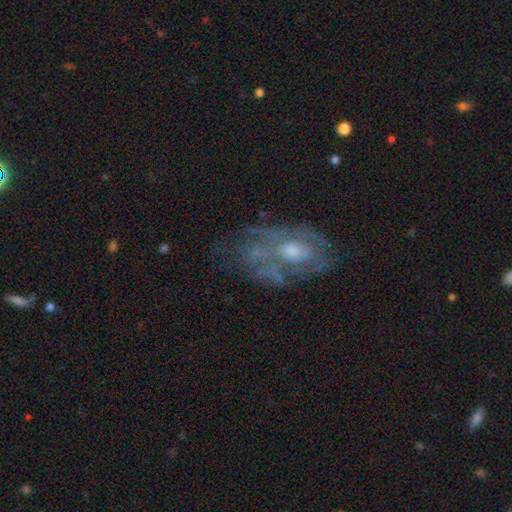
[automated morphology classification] The model was most divided on "spiral arms": yes: 57%, no: 43%. More confident: edge-on disk — no (94%); bar — no (73%); smooth or featured — featured or disk (68%); bulge size — moderate (56%); merging — none (55%).